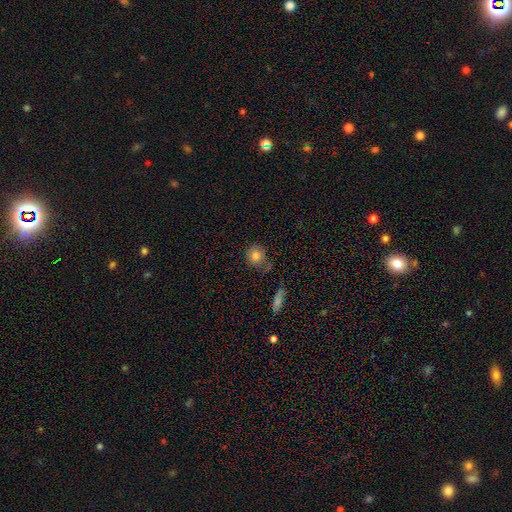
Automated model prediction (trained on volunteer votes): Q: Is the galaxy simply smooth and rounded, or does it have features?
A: smooth — 80%.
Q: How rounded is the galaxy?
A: round — 84%.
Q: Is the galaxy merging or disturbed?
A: none — 69%.